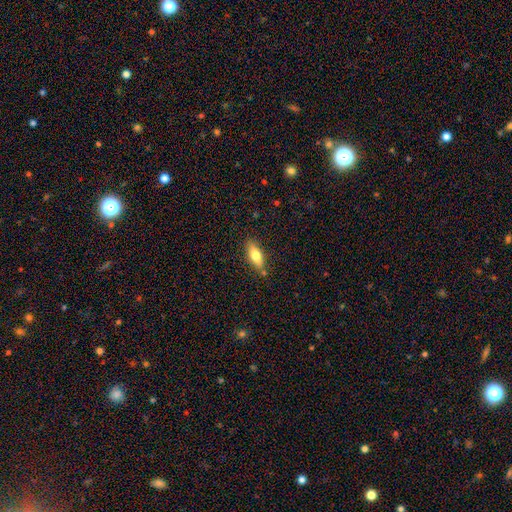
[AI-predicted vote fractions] This appears to be a smooth galaxy with no disk features (66%) that is in between round and cigar-shaped (64%). Merging: none (81%).